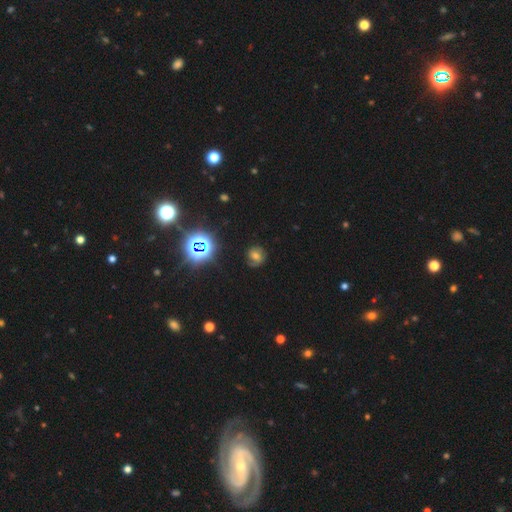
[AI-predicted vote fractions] Smooth or featured: featured or disk — 39% (smooth — 33%)
Merging: none — 68% (minor disturbance — 19%)